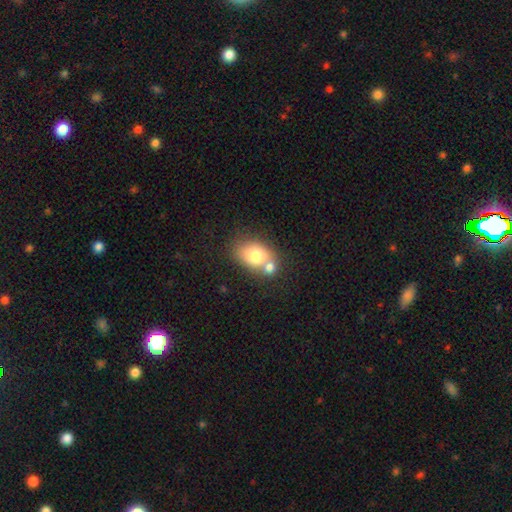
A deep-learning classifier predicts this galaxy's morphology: Smooth or featured?
  - smooth: 76% *
  - featured or disk: 16%
  - star or artifact: 8%
How rounded?
  - in between: 71% *
  - round: 28%
  - cigar-shaped: 1%
Merging?
  - merger: 45% *
  - none: 39%
  - minor disturbance: 12%
  - major disturbance: 4%